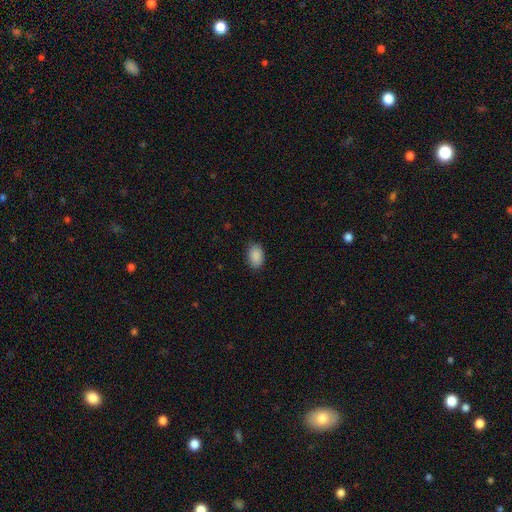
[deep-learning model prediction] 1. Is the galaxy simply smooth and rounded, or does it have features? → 89% smooth, 8% star or artifact, 3% featured or disk.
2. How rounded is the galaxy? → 88% in between, 11% round, 1% cigar-shaped.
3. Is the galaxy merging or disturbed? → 83% none, 13% minor disturbance, 3% major disturbance, 1% merger.